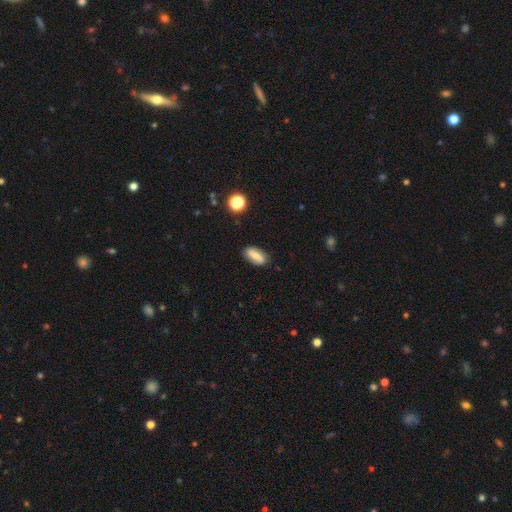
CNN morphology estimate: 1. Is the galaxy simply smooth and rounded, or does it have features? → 70% smooth, 22% featured or disk, 8% star or artifact.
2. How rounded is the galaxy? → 82% in between, 14% cigar-shaped, 4% round.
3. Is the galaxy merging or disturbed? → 85% none, 11% minor disturbance, 2% major disturbance, 2% merger.